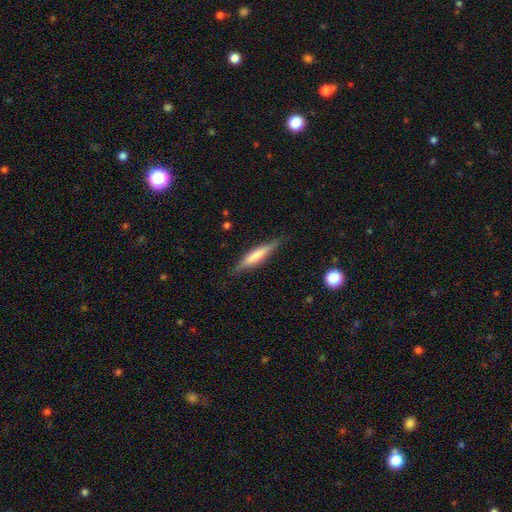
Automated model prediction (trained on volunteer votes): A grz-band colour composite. It shows a smooth galaxy with no disk features (52%) that is cigar-shaped (84%). Merging: none (85%).